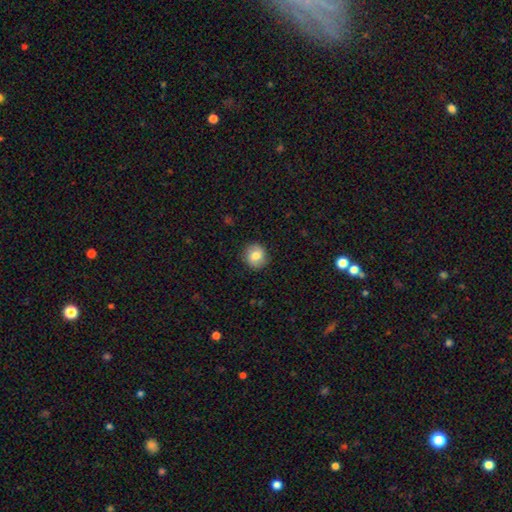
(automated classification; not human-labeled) smooth 80%, featured or disk 11%, star or artifact 9%. Down the decision tree: how rounded — round (87%); merging — none (88%).